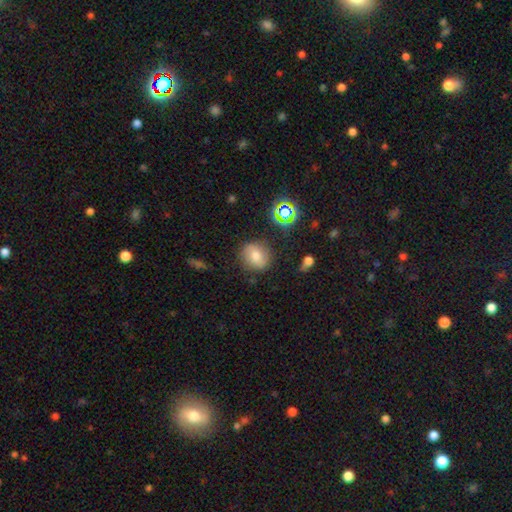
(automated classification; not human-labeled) This is likely a smooth galaxy (69%). How rounded: likely round (72%). Merging: likely none (79%).